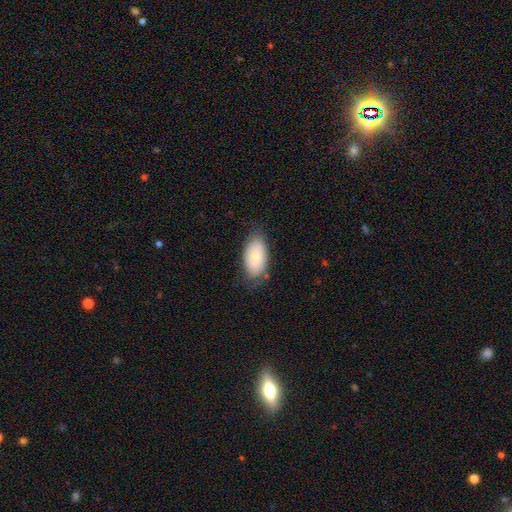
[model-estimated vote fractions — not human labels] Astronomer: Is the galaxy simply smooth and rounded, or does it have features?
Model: smooth — 72%.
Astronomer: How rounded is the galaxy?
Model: in between — 94%.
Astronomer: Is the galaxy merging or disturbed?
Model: none — 75%.